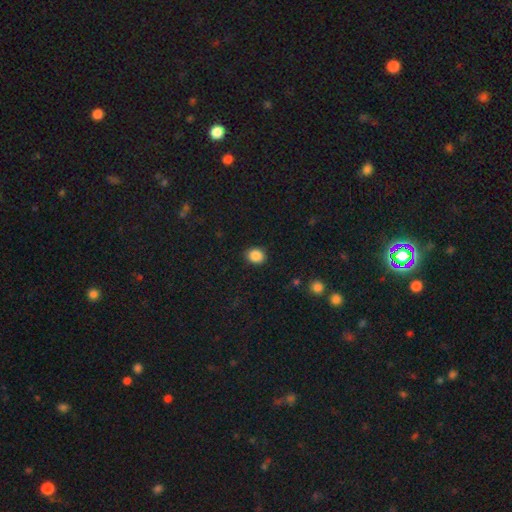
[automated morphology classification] This appears to be a smooth galaxy with no disk features (87%) that is round (66%). Merging: none (89%).